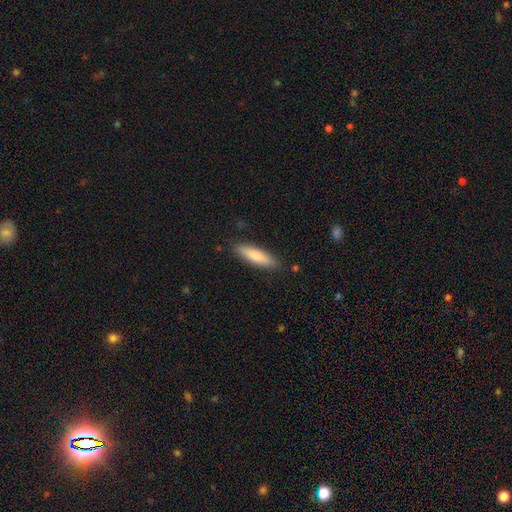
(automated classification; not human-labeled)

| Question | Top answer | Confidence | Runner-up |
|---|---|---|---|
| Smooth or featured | smooth | 81% | featured or disk (14%) |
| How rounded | cigar-shaped | 67% | in between (31%) |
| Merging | none | 86% | minor disturbance (10%) |